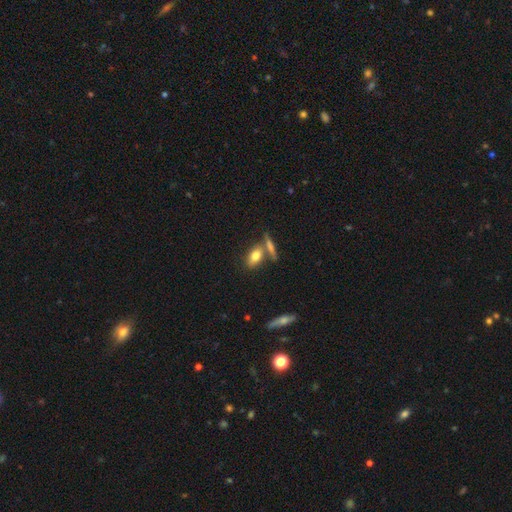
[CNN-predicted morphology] The model was most divided on "merging": none: 56%, merger: 29%, minor disturbance: 11%, major disturbance: 4%. More confident: how rounded — in between (81%); smooth or featured — smooth (74%).